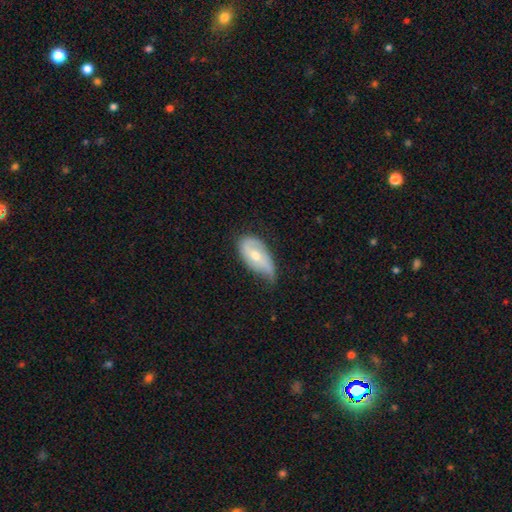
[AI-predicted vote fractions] smooth_or_featured: smooth (p=0.47) [tied with: featured or disk p=0.47]
merging: minor disturbance (p=0.51) [alt: none p=0.32]